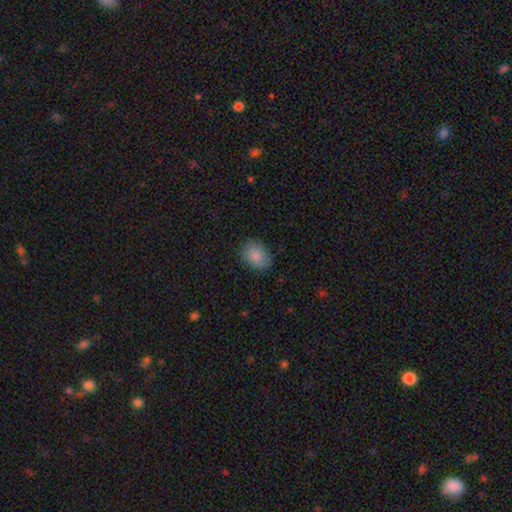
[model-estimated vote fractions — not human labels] Smooth or featured?
  - smooth: 87% *
  - star or artifact: 7%
  - featured or disk: 6%
How rounded?
  - in between: 75% *
  - round: 23%
  - cigar-shaped: 1%
Merging?
  - none: 84% *
  - minor disturbance: 12%
  - major disturbance: 3%
  - merger: 1%